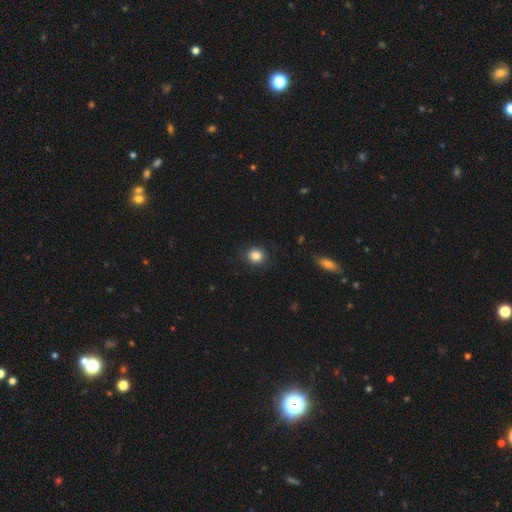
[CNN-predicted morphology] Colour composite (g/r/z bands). It shows a smooth galaxy with no disk features (86%) that is round (79%). Merging: none (87%).